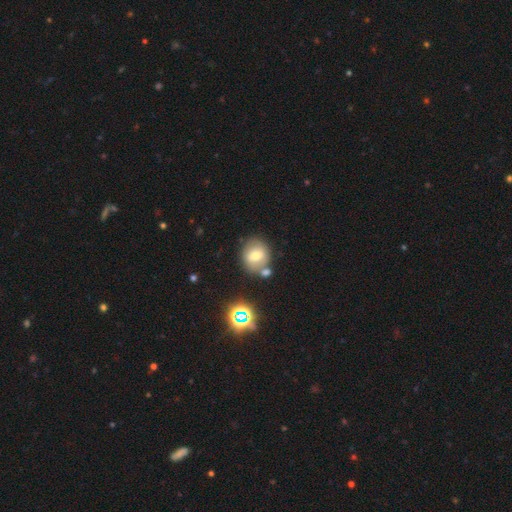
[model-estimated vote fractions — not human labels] Overall: smooth (63%; featured or disk 23%). How rounded: round (77%). Merging: none (64%).